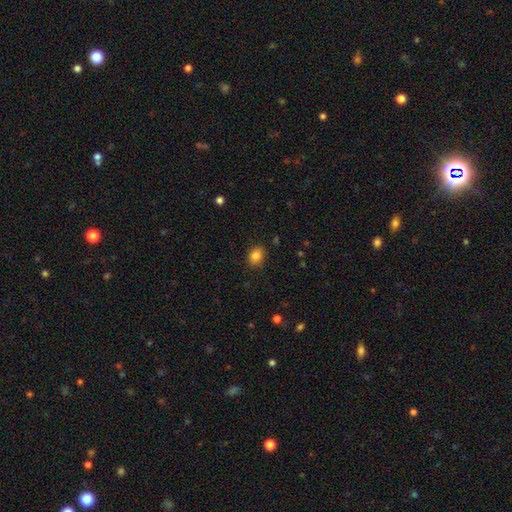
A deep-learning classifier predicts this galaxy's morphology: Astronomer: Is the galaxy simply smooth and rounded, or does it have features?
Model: smooth — 84%.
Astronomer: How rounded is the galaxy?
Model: in between — 55% (runner-up: round, 44%).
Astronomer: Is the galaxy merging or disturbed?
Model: none — 86%.